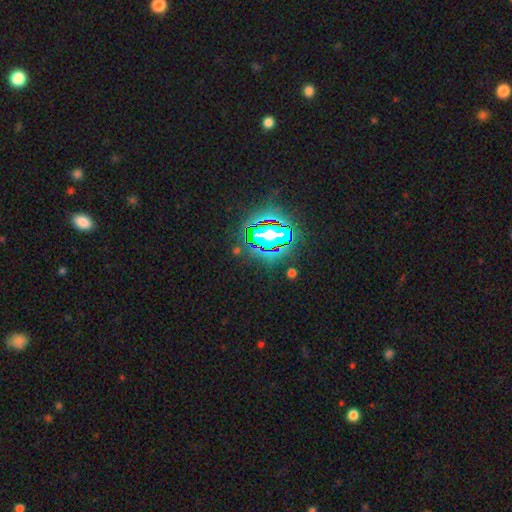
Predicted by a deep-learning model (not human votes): A star or artifact, not a galaxy (83%).